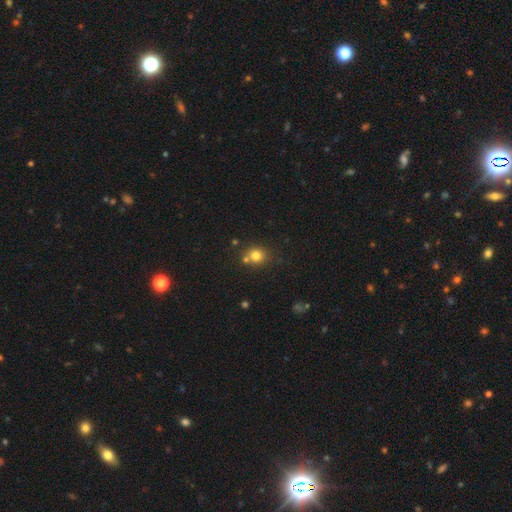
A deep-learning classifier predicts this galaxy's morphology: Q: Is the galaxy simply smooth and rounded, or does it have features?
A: smooth — 79%.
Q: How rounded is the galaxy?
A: round — 83%.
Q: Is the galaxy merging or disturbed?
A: none — 64%.